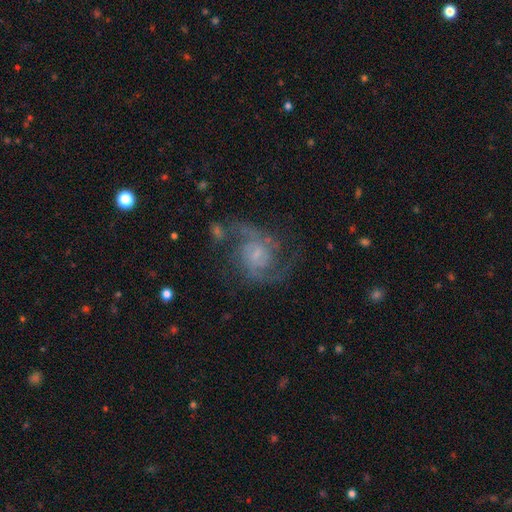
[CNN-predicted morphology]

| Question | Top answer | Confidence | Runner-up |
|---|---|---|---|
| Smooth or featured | featured or disk | 86% | smooth (7%) |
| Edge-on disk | no | 98% | yes (2%) |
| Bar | no | 51% | weak (41%) |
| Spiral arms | yes | 96% | no (4%) |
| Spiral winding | medium | 55% | loose (25%) |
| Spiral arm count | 2 | 82% | can't tell (6%) |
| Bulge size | small | 55% | moderate (20%) |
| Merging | none | 64% | minor disturbance (17%) |